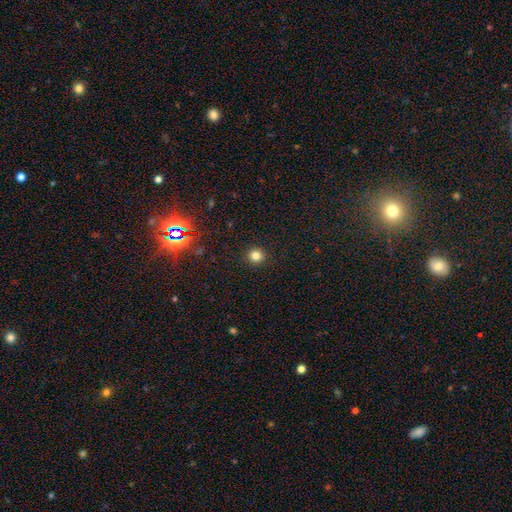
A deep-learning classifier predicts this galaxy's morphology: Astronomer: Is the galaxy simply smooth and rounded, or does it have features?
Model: smooth — 81%.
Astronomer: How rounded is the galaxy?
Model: round — 93%.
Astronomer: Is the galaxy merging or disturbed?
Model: none — 92%.